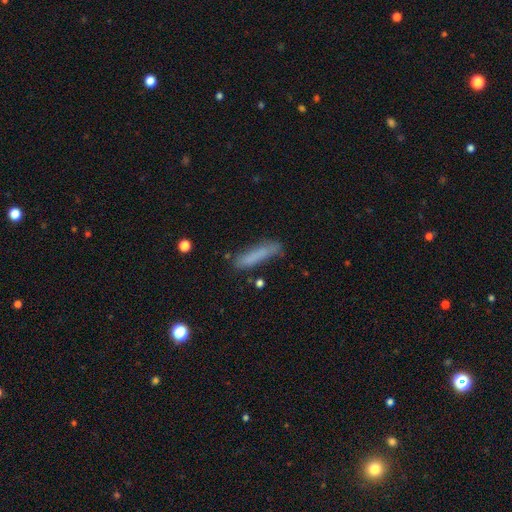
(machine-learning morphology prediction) Smooth or featured: smooth — 76% (featured or disk — 15%)
How rounded: cigar-shaped — 86% (in between — 13%)
Merging: none — 72% (minor disturbance — 19%)